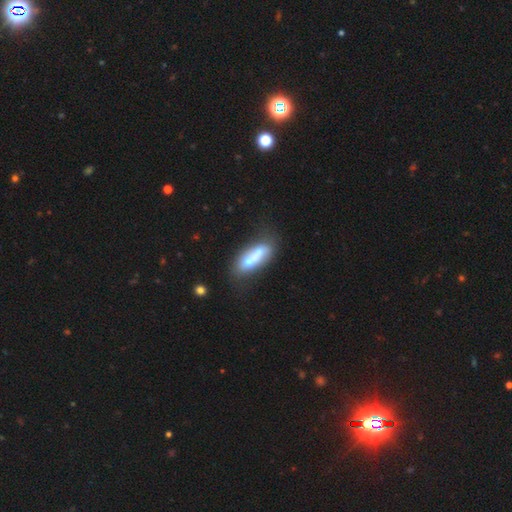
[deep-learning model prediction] smooth_or_featured: smooth (p=0.57) [alt: featured or disk p=0.35]
how_rounded: in between (p=0.58) [alt: cigar-shaped p=0.38]
merging: none (p=0.37) [alt: merger p=0.35]